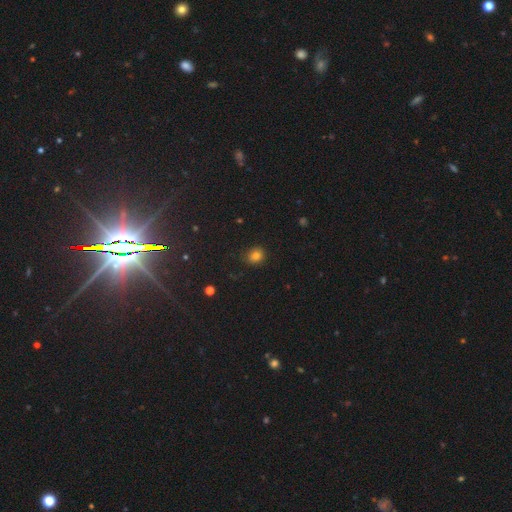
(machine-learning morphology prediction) A smooth galaxy with no disk features (81%) that is round (67%).

Vote fractions:
- Smooth or featured? smooth: 81% / star or artifact: 14% / featured or disk: 5%
- How rounded? round: 67% / in between: 32% / cigar-shaped: 1%
- Merging? none: 86% / minor disturbance: 11% / major disturbance: 3% / merger: 1%